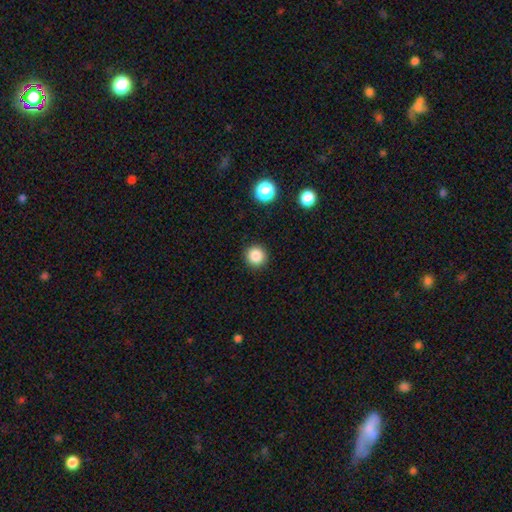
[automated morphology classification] Smooth or featured: smooth — 85% (star or artifact — 11%)
How rounded: round — 95% (in between — 4%)
Merging: none — 92% (minor disturbance — 5%)